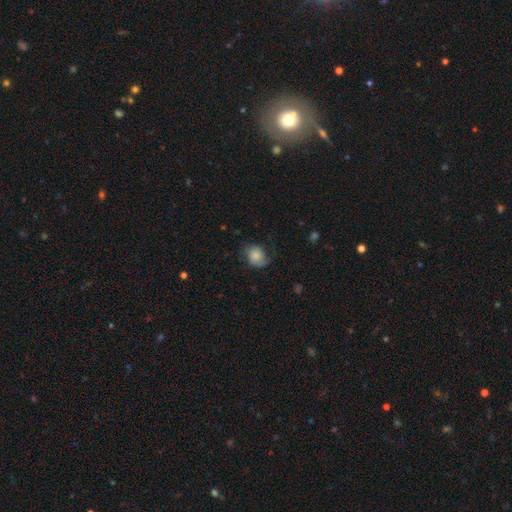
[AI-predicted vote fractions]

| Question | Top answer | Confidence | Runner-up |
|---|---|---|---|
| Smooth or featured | smooth | 69% | featured or disk (23%) |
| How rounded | round | 56% | in between (43%) |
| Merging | none | 56% | minor disturbance (28%) |